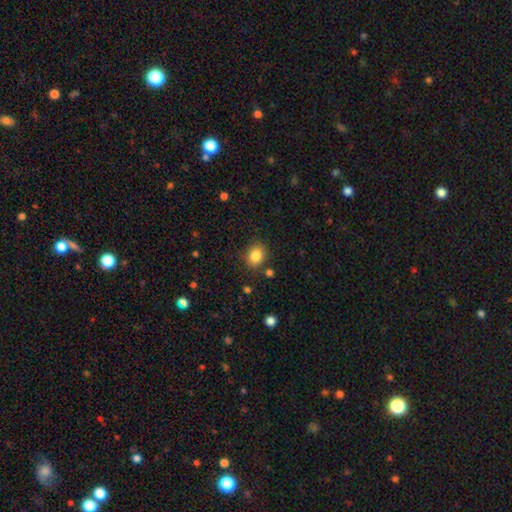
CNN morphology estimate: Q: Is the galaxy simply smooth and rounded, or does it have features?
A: smooth — 85%.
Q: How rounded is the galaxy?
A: in between — 50%.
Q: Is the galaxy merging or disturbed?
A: none — 82%.